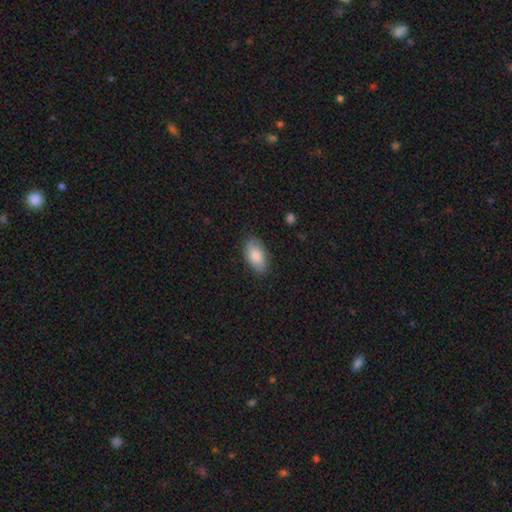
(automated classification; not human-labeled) A smooth galaxy with no disk features (85%) that is in between round and cigar-shaped (94%).

Vote fractions:
- Smooth or featured? smooth: 85% / featured or disk: 10% / star or artifact: 6%
- How rounded? in between: 94% / round: 4% / cigar-shaped: 2%
- Merging? none: 83% / minor disturbance: 13% / major disturbance: 3% / merger: 1%